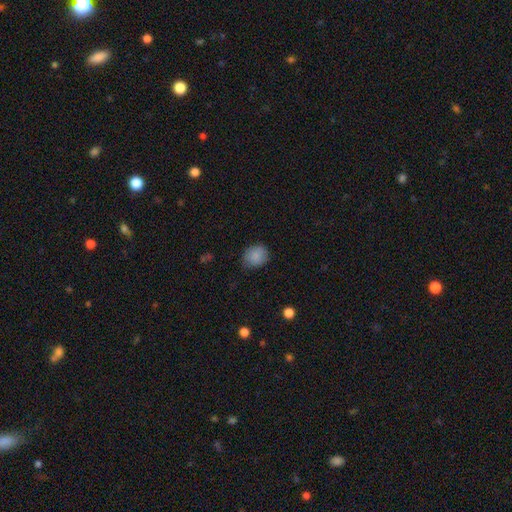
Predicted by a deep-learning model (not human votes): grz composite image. It shows a smooth galaxy with no disk features (86%) that is round (66%). Merging: none (75%).